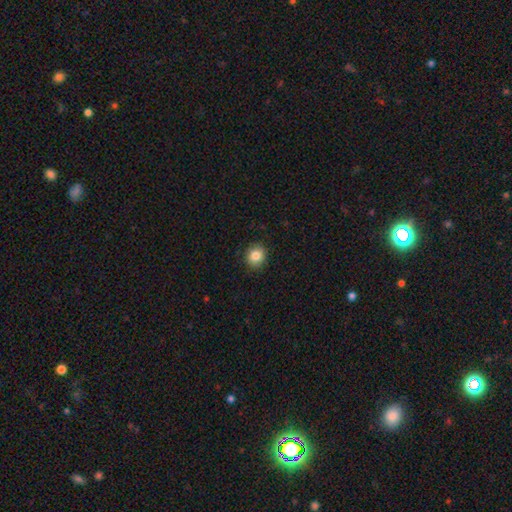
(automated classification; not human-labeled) The model was most divided on "how rounded": round: 84%, in between: 15%, cigar-shaped: 1%. More confident: merging — none (91%); smooth or featured — smooth (85%).